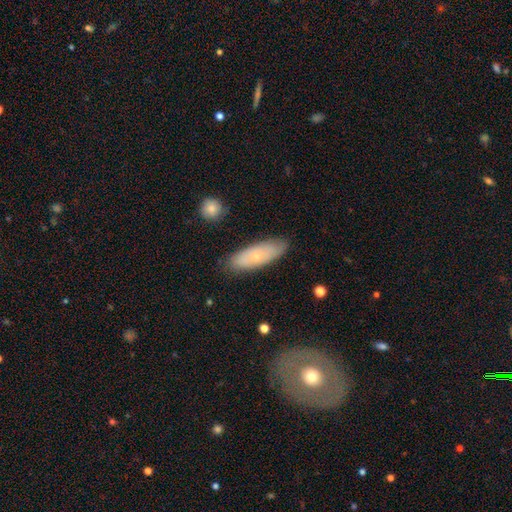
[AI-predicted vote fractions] A smooth galaxy with no disk features (60%) that is in between round and cigar-shaped (63%).

Vote fractions:
- Smooth or featured? smooth: 60% / featured or disk: 34% / star or artifact: 7%
- How rounded? in between: 63% / cigar-shaped: 35% / round: 3%
- Merging? none: 83% / minor disturbance: 13% / major disturbance: 3% / merger: 2%